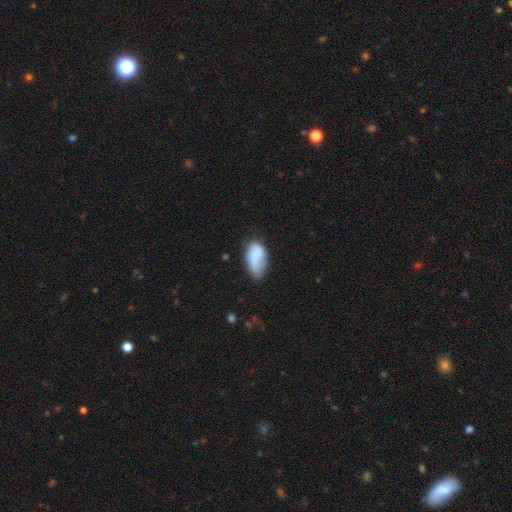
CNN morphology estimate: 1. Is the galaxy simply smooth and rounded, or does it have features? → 73% smooth, 20% featured or disk, 7% star or artifact.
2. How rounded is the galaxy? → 93% in between, 4% round, 3% cigar-shaped.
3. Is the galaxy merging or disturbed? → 43% none, 35% minor disturbance, 17% major disturbance, 5% merger.